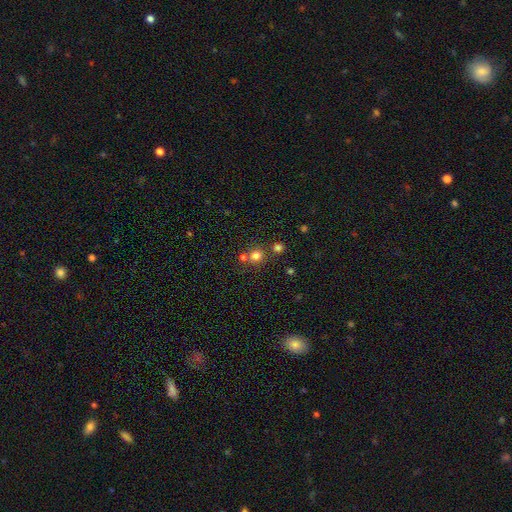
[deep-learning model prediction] smooth-or-featured: smooth: 76% | star or artifact: 17% | featured or disk: 7%
  how-rounded: round: 88% | in between: 11% | cigar-shaped: 1%
  merging: none: 69% | merger: 20% | minor disturbance: 8% | major disturbance: 3%